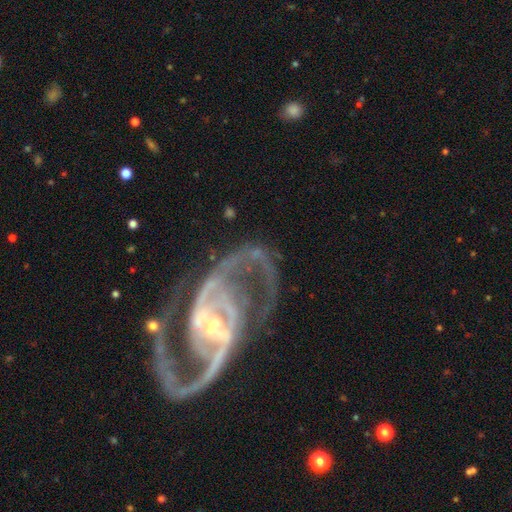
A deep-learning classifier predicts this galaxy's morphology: smooth-or-featured: featured or disk: 87% | star or artifact: 7% | smooth: 7%
  disk-edge-on: no: 95% | yes: 5%
    bar: strong: 38% | weak: 34% | no: 27%
    has-spiral-arms: yes: 86% | no: 14%
      spiral-winding: medium: 47% | tight: 27% | loose: 25%
      spiral-arm-count: 2: 69% | can't tell: 12% | 3: 7% | 1: 5% | 4: 3% | more than 4: 3%
    bulge-size: small: 58% | moderate: 34% | large: 3% | none: 3% | dominant: 1%
  merging: none: 50% | major disturbance: 26% | minor disturbance: 16% | merger: 8%